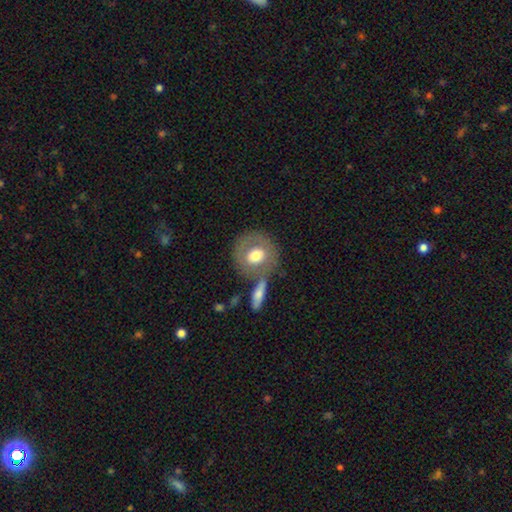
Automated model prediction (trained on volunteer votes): Smooth or featured?
  - smooth: 59% *
  - featured or disk: 35%
  - star or artifact: 6%
How rounded?
  - round: 82% *
  - in between: 17%
  - cigar-shaped: 1%
Merging?
  - none: 60% *
  - merger: 20%
  - minor disturbance: 14%
  - major disturbance: 7%